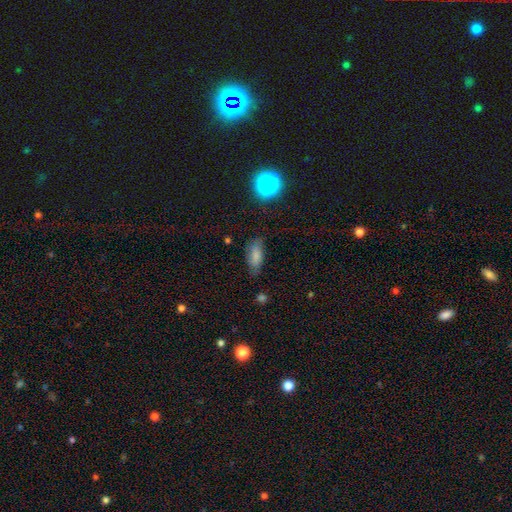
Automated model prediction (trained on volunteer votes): Smooth or featured? Predicted: smooth (p=0.78). How rounded? Predicted: in between (p=0.81). Merging? Predicted: none (p=0.69).